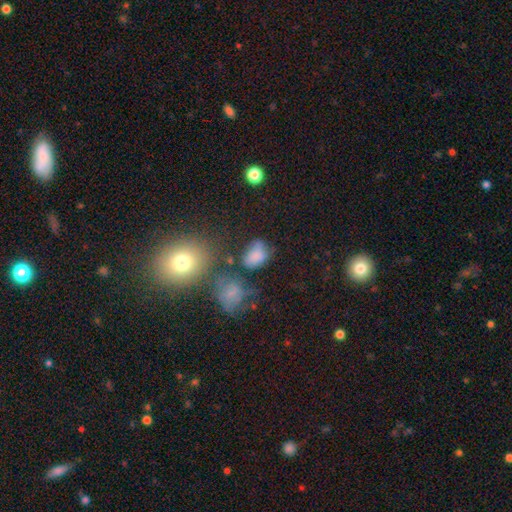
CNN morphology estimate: Smooth or featured? Predicted: smooth (p=0.73). How rounded? Predicted: in between (p=0.76). Merging? Predicted: none (p=0.43).